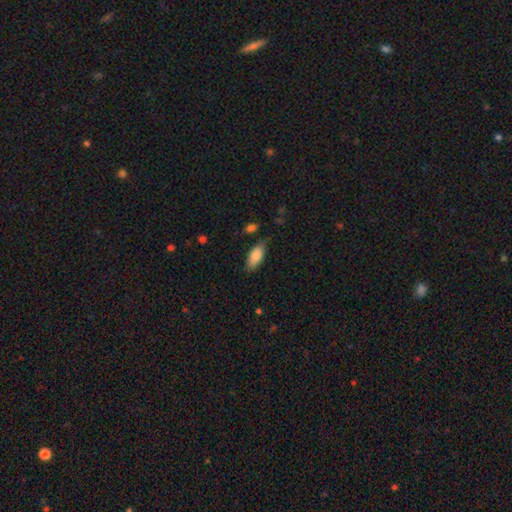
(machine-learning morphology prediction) smooth 83%, featured or disk 10%, star or artifact 7%. Down the decision tree: how rounded — in between (86%); merging — none (68%).